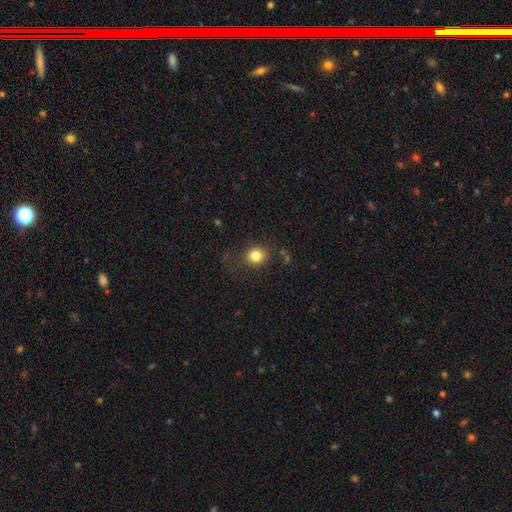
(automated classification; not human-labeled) A smooth galaxy with no disk features (82%) that is round (82%). Merging: none (81%).